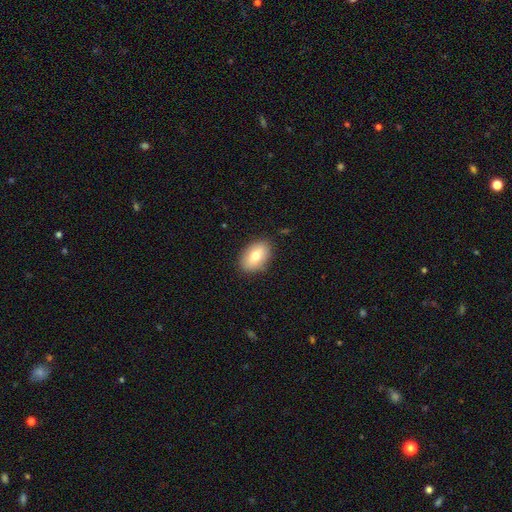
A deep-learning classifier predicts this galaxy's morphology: Q: Smooth or featured?
A: smooth (77%); runner-up: featured or disk (16%)
Q: How rounded?
A: in between (88%); runner-up: round (10%)
Q: Merging?
A: none (86%); runner-up: minor disturbance (11%)